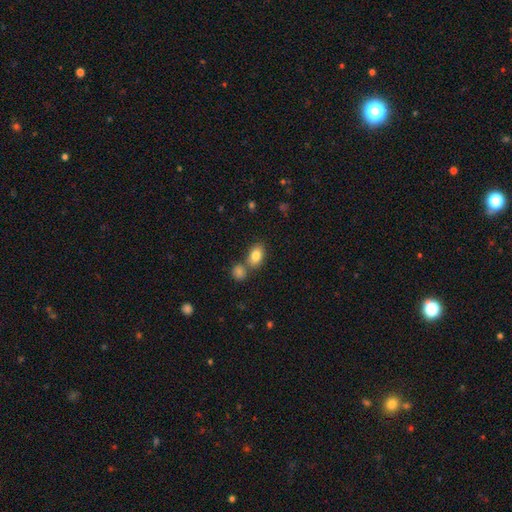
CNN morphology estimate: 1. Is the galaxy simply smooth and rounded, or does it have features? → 83% smooth, 8% featured or disk, 8% star or artifact.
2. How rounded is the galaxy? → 83% in between, 15% round, 2% cigar-shaped.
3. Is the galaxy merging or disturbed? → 60% none, 26% merger, 11% minor disturbance, 3% major disturbance.